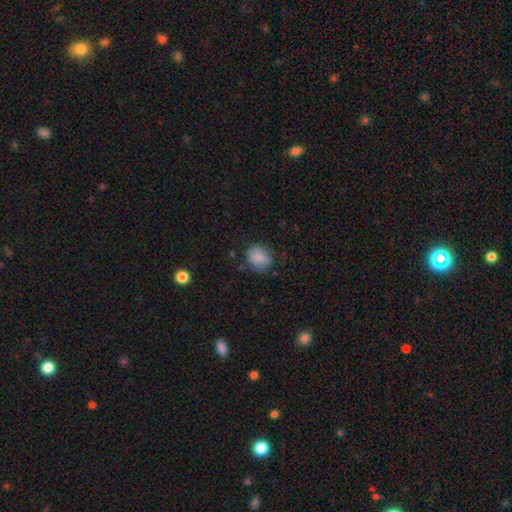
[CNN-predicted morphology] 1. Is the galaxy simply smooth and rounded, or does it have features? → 84% smooth, 9% star or artifact, 7% featured or disk.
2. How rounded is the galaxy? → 61% round, 38% in between, 1% cigar-shaped.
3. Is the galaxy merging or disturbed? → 73% none, 20% minor disturbance, 5% major disturbance, 2% merger.